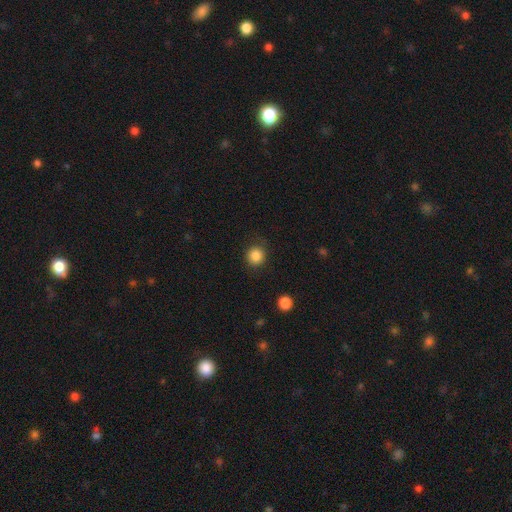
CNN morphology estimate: Smooth or featured: smooth — 86% (star or artifact — 10%)
How rounded: round — 89% (in between — 10%)
Merging: none — 84% (minor disturbance — 11%)